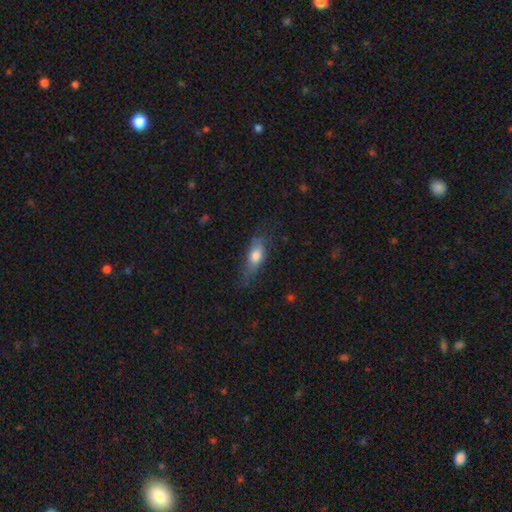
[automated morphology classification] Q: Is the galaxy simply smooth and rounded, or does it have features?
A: smooth — 69%.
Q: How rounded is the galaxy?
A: in between — 68%.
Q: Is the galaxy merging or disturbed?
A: none — 53%.